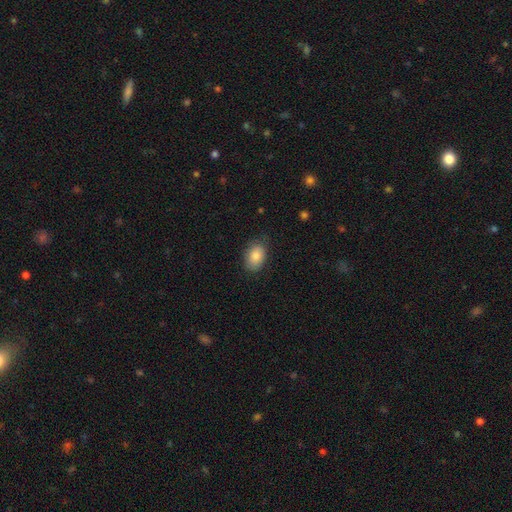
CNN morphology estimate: smooth 86%, featured or disk 7%, star or artifact 7%. Down the decision tree: how rounded — in between (85%); merging — none (79%).